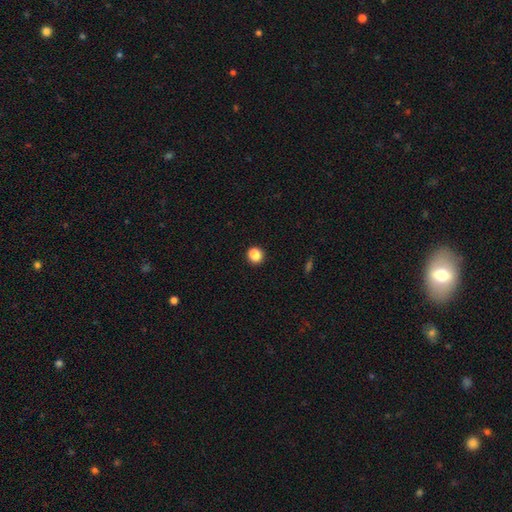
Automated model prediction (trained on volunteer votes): This is clearly a smooth galaxy (84%). How rounded: likely round (75%). Merging: likely none (80%).